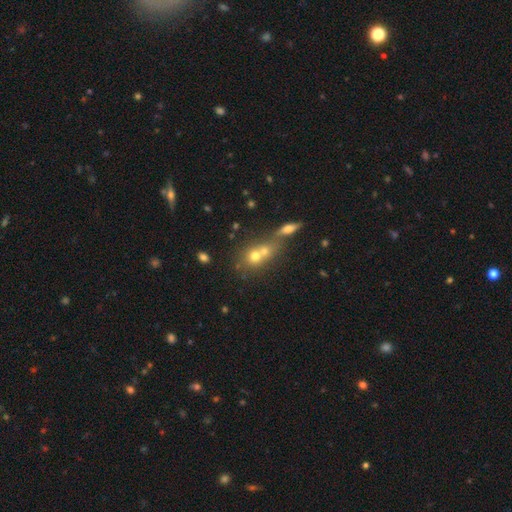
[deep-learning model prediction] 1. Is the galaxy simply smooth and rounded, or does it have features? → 55% smooth, 23% featured or disk, 22% star or artifact.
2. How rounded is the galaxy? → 66% round, 30% in between, 4% cigar-shaped.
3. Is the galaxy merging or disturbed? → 60% merger, 30% none, 6% minor disturbance, 4% major disturbance.